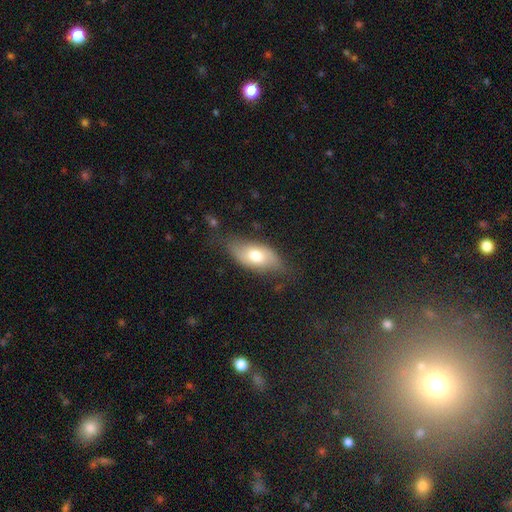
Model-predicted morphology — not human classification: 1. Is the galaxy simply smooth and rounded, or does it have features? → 63% smooth, 31% featured or disk, 7% star or artifact.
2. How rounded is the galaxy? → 88% in between, 7% cigar-shaped, 5% round.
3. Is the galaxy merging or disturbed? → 63% none, 27% minor disturbance, 8% major disturbance, 2% merger.